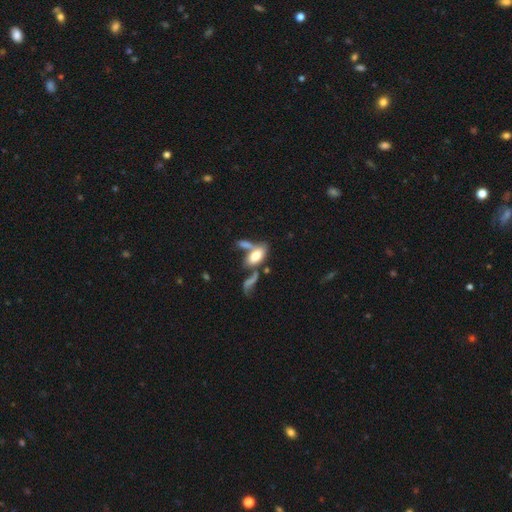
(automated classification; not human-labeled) A smooth galaxy with no disk features (68%) that is in between round and cigar-shaped (88%).

Vote fractions:
- Smooth or featured? smooth: 68% / featured or disk: 24% / star or artifact: 8%
- How rounded? in between: 88% / cigar-shaped: 8% / round: 4%
- Merging? merger: 42% / none: 34% / minor disturbance: 14% / major disturbance: 11%